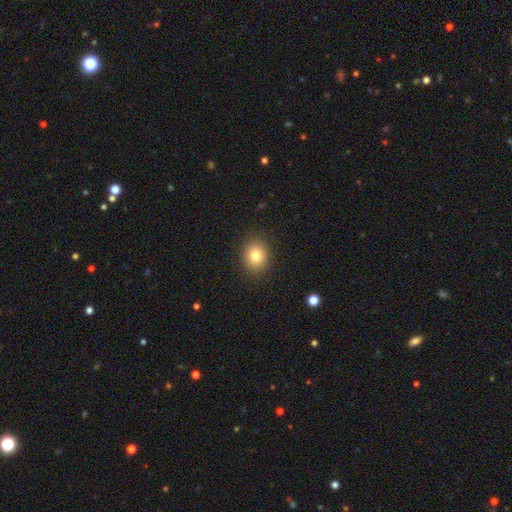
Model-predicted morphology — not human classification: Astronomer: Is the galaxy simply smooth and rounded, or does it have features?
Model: smooth — 81%.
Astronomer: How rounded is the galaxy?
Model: round — 63%.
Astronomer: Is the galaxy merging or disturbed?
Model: none — 89%.